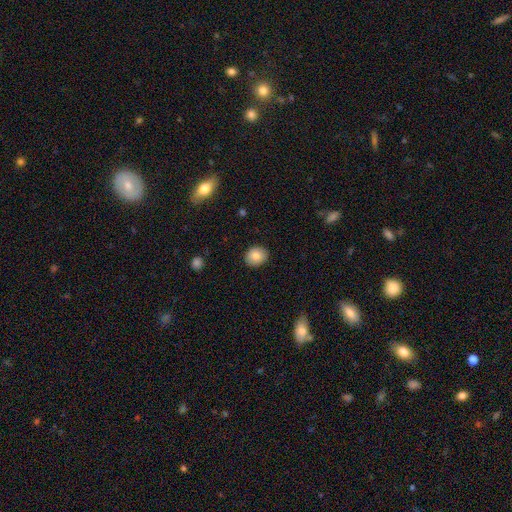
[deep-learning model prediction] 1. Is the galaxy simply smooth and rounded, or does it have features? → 83% smooth, 9% featured or disk, 8% star or artifact.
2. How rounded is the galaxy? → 71% round, 28% in between, 1% cigar-shaped.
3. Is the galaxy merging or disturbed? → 90% none, 7% minor disturbance, 2% major disturbance, 1% merger.